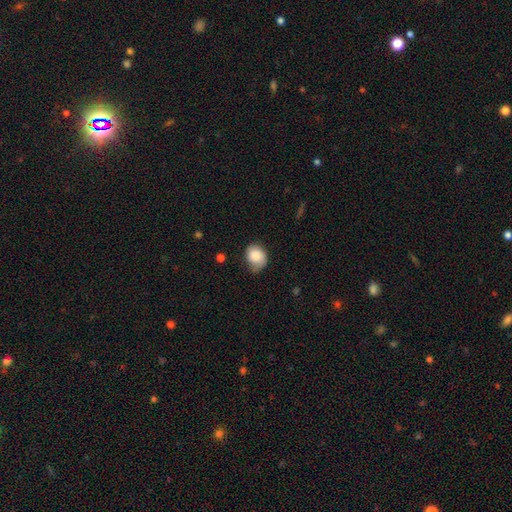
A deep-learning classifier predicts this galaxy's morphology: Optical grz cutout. It shows a smooth galaxy with no disk features (81%) that is round (53%). Merging: none (52%).